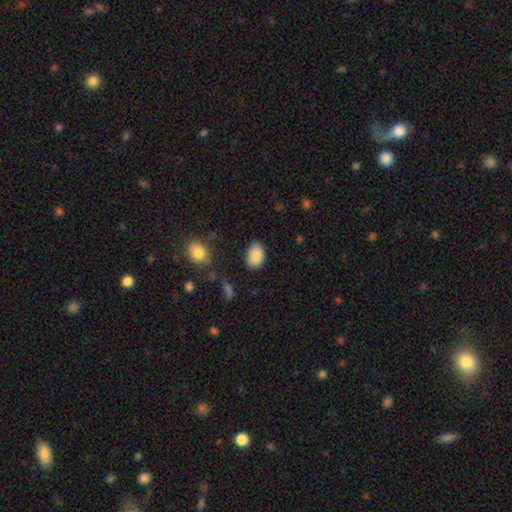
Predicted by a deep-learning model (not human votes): The model was most divided on "merging": none: 80%, minor disturbance: 15%, major disturbance: 3%, merger: 2%. More confident: smooth or featured — smooth (89%); how rounded — in between (82%).